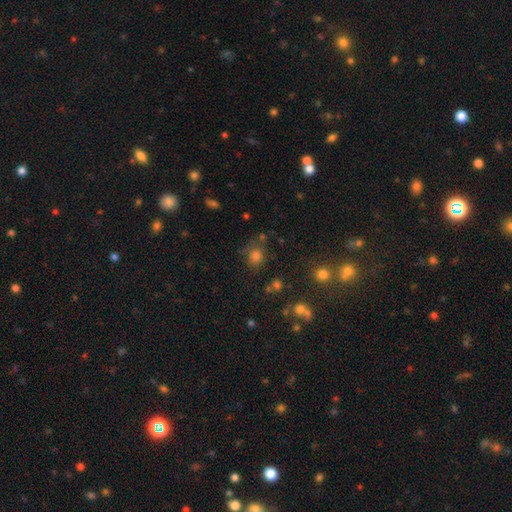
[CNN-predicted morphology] This appears to be a smooth galaxy with no disk features (75%) that is round (73%). Merging: none (68%).